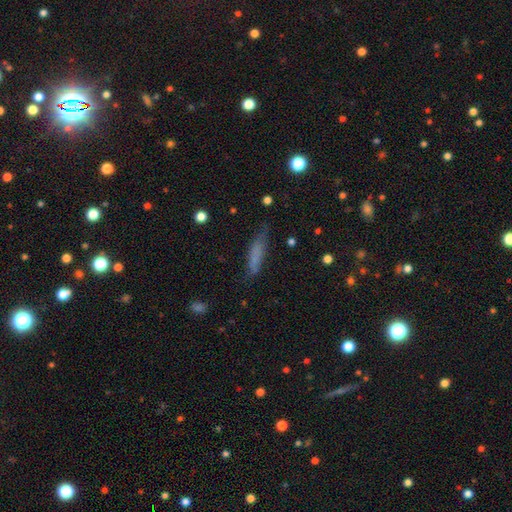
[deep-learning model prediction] Morphology: type=smooth (70%); roundness=cigar-shaped (78%); merging=none (69%).